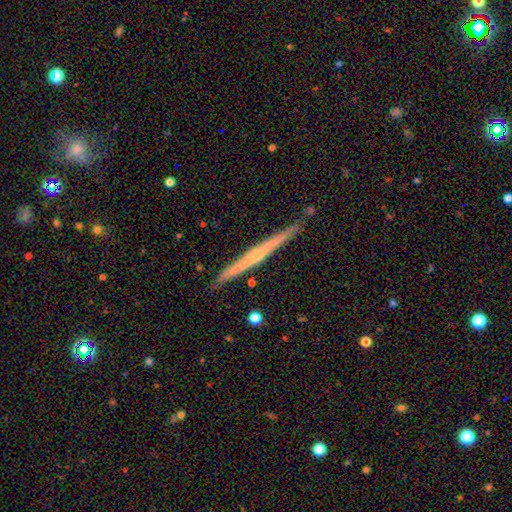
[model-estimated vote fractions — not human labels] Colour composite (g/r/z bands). It shows a featured or disk galaxy (67%) viewed edge-on (98%) with no central bulge (52%). Merging: none (88%).